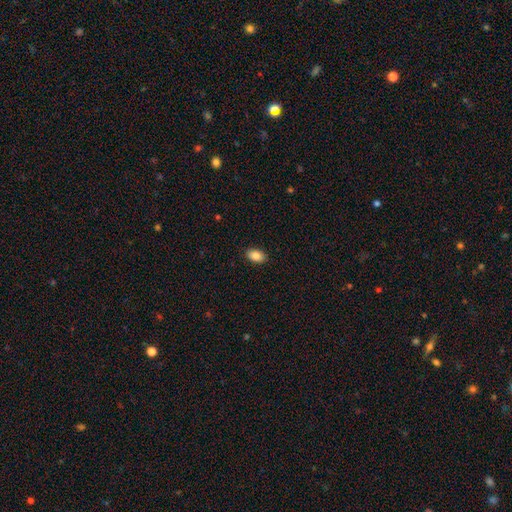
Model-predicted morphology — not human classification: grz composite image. It shows a smooth galaxy with no disk features (88%) that is in between round and cigar-shaped (91%). Merging: none (89%).